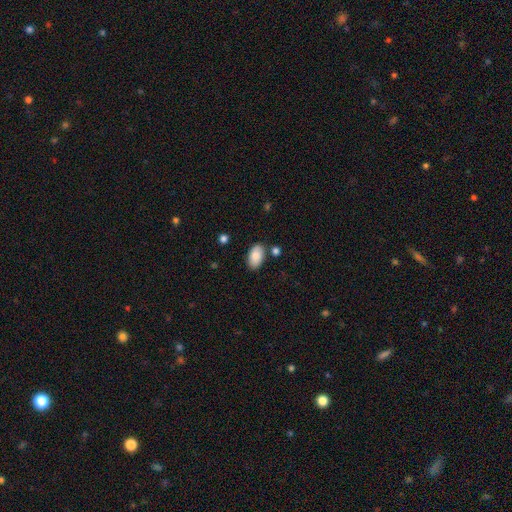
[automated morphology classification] The model was most divided on "merging": none: 82%, minor disturbance: 11%, merger: 5%, major disturbance: 2%. More confident: how rounded — in between (94%); smooth or featured — smooth (85%).